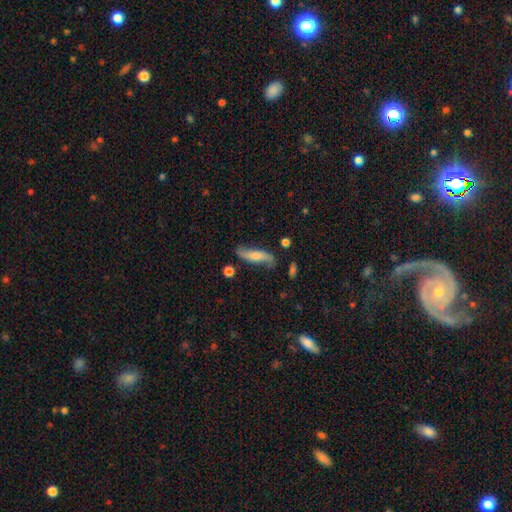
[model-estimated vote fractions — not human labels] A smooth galaxy with no disk features (48%).

Vote fractions:
- Smooth or featured? smooth: 48% / featured or disk: 45% / star or artifact: 7%
- Merging? none: 70% / minor disturbance: 21% / major disturbance: 6% / merger: 4%